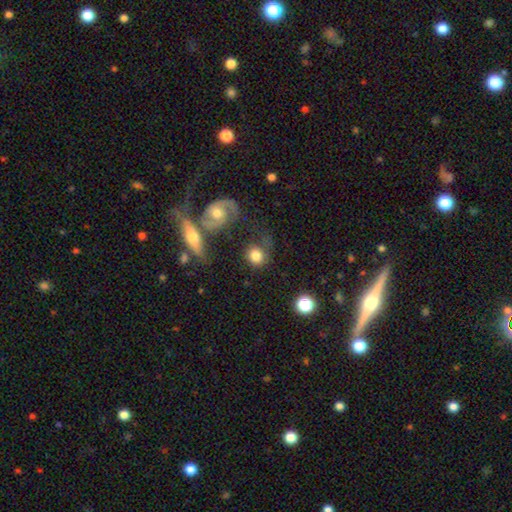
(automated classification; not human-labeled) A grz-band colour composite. It shows a smooth galaxy with no disk features (75%) that is round (76%). Merging: none (54%).